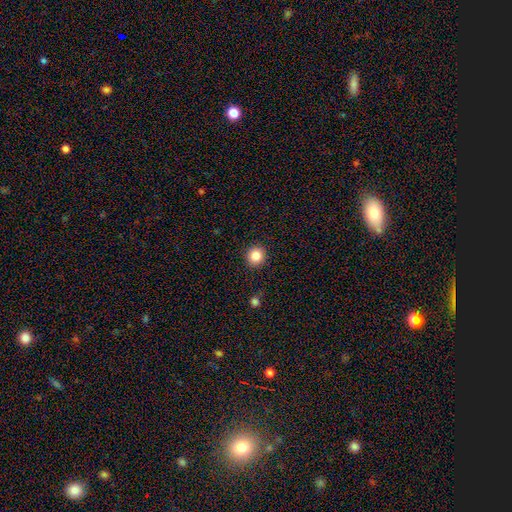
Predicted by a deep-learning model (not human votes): Smooth or featured?
  - smooth: 85% *
  - star or artifact: 10%
  - featured or disk: 5%
How rounded?
  - round: 90% *
  - in between: 9%
  - cigar-shaped: 1%
Merging?
  - none: 91% *
  - minor disturbance: 6%
  - major disturbance: 2%
  - merger: 1%